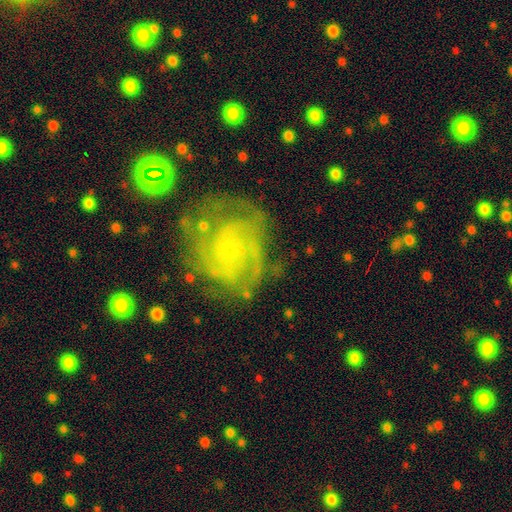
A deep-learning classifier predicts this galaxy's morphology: featured or disk 78%, smooth 12%, star or artifact 10%. Down the decision tree: edge-on disk — no (98%); bar — no (73%); spiral arms — yes (92%); spiral arm count — can't tell (36%); spiral winding — tight (62%); bulge size — small (83%); merging — none (69%).